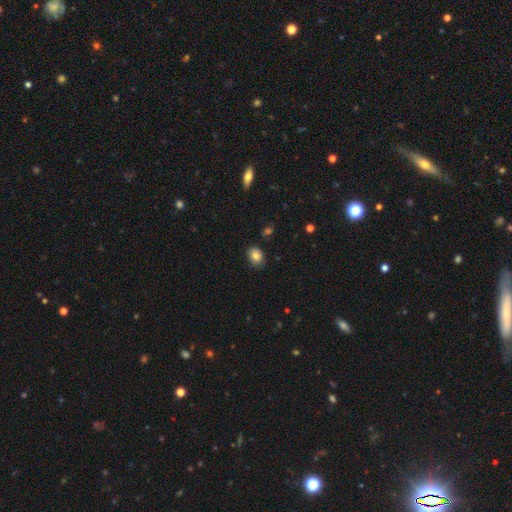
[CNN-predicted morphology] This is clearly a smooth galaxy (81%). How rounded: possibly in between (55%). Merging: clearly none (80%).